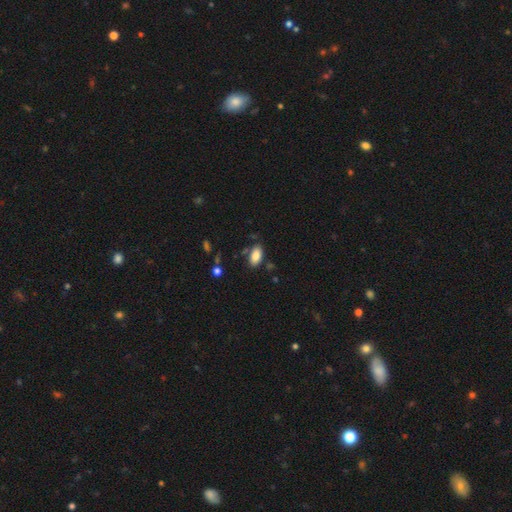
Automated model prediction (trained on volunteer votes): smooth 85%, star or artifact 8%, featured or disk 7%. Down the decision tree: how rounded — in between (93%); merging — none (79%).